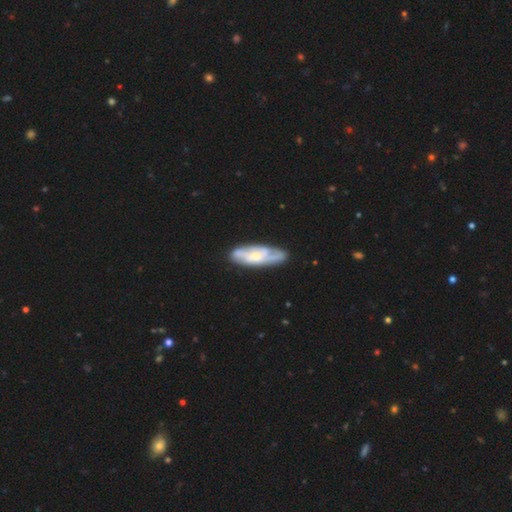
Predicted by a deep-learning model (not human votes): This appears to be a featured or disk galaxy (64%). Merging: none (75%).